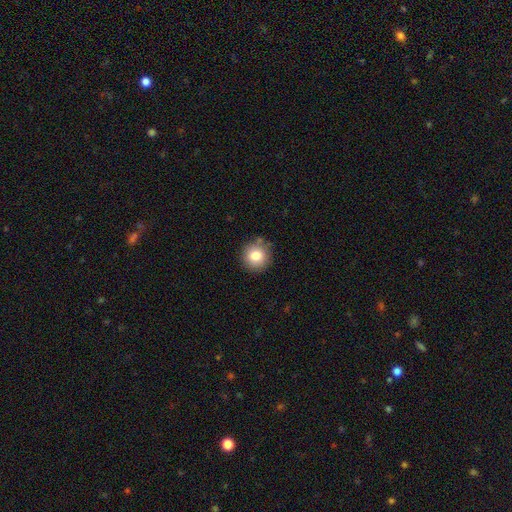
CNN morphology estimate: Smooth or featured?
  - smooth: 82% *
  - star or artifact: 10%
  - featured or disk: 8%
How rounded?
  - round: 94% *
  - in between: 5%
  - cigar-shaped: 1%
Merging?
  - none: 86% *
  - minor disturbance: 9%
  - merger: 3%
  - major disturbance: 2%